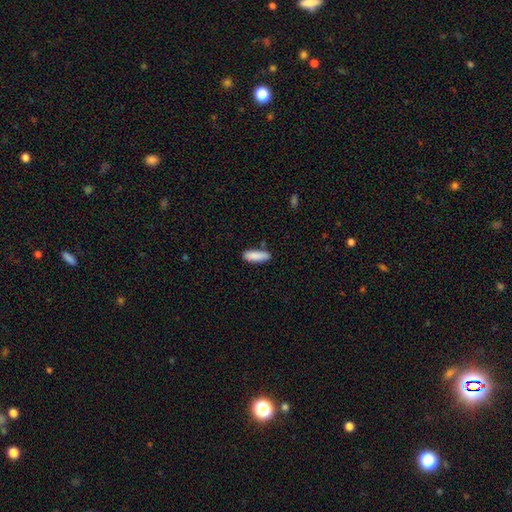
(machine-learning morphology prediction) A smooth galaxy with no disk features (88%) that is in between round and cigar-shaped (53%).

Vote fractions:
- Smooth or featured? smooth: 88% / star or artifact: 6% / featured or disk: 6%
- How rounded? in between: 53% / cigar-shaped: 46% / round: 2%
- Merging? none: 80% / minor disturbance: 14% / merger: 4% / major disturbance: 3%